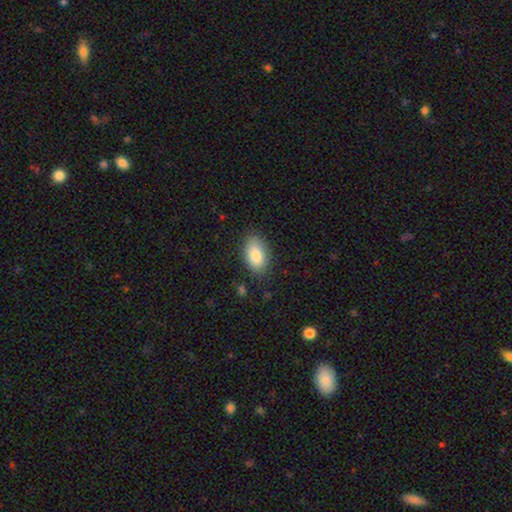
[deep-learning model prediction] Smooth or featured: smooth — 83% (featured or disk — 10%)
How rounded: in between — 92% (round — 6%)
Merging: none — 81% (minor disturbance — 14%)